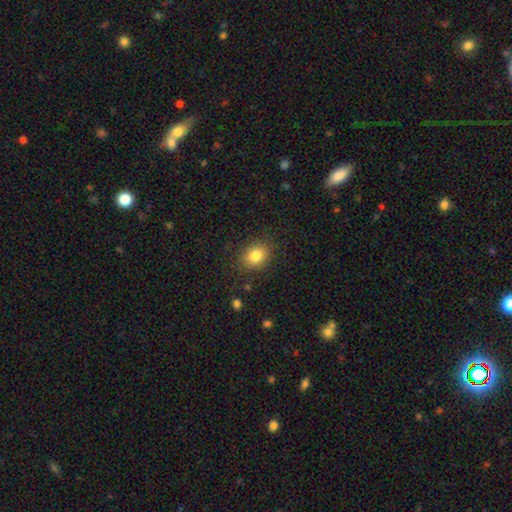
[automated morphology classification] Smooth or featured: smooth — 83% (star or artifact — 10%)
How rounded: in between — 58% (round — 41%)
Merging: none — 84% (minor disturbance — 11%)